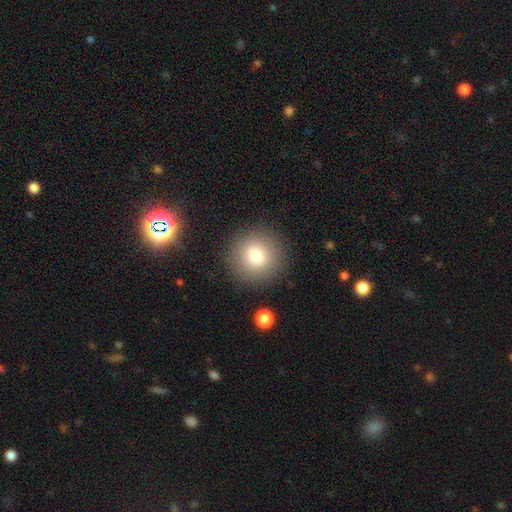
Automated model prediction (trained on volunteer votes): This appears to be a smooth galaxy with no disk features (80%) that is round (95%). Merging: none (89%).